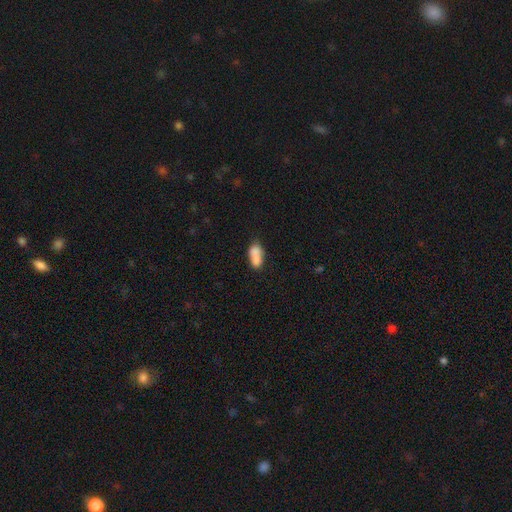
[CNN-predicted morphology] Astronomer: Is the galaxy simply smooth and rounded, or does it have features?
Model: smooth — 74%.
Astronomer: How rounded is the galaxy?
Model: in between — 81%.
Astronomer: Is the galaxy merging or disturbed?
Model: merger — 50% (runner-up: none, 32%).